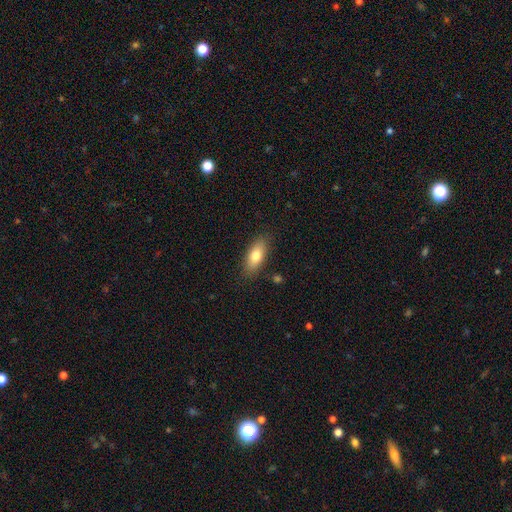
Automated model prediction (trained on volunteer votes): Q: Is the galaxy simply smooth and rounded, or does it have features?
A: smooth — 76%.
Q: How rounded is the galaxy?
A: in between — 77%.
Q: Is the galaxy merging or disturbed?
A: none — 85%.